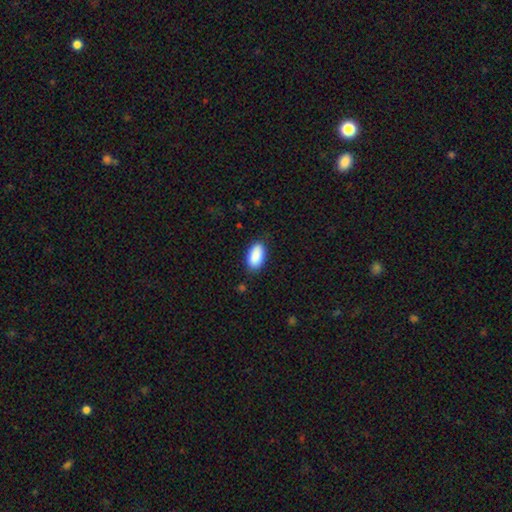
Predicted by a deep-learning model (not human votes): smooth_or_featured: smooth (p=0.90) [alt: star or artifact p=0.06]
how_rounded: in between (p=0.94) [alt: cigar-shaped p=0.03]
merging: none (p=0.85) [alt: minor disturbance p=0.11]